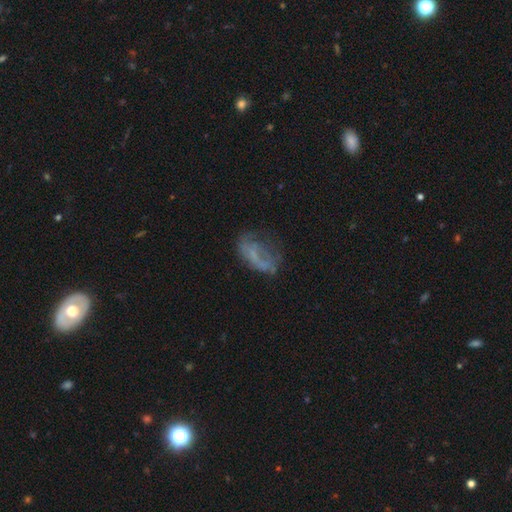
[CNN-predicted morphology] Smooth or featured? featured or disk (42%, tied with smooth)
Merging? none (39%)